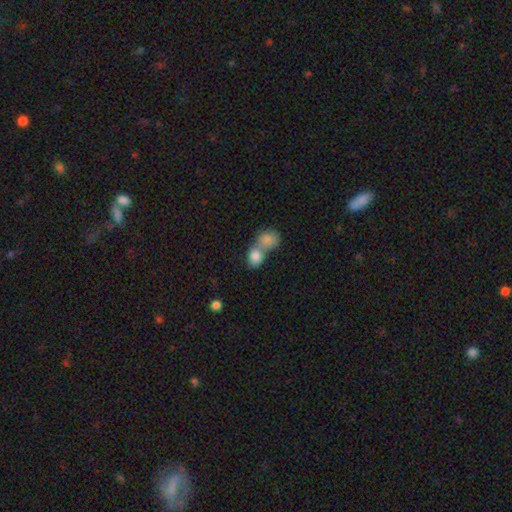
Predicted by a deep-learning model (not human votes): A smooth galaxy with no disk features (83%) that is in between round and cigar-shaped (53%).

Vote fractions:
- Smooth or featured? smooth: 83% / featured or disk: 9% / star or artifact: 8%
- How rounded? in between: 53% / round: 46% / cigar-shaped: 2%
- Merging? merger: 68% / none: 23% / minor disturbance: 6% / major disturbance: 3%